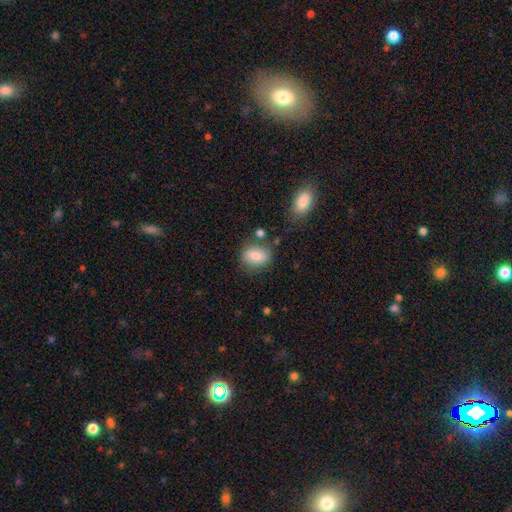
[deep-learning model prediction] Smooth or featured? Predicted: smooth (p=0.77). How rounded? Predicted: in between (p=0.58). Merging? Predicted: none (p=0.71).